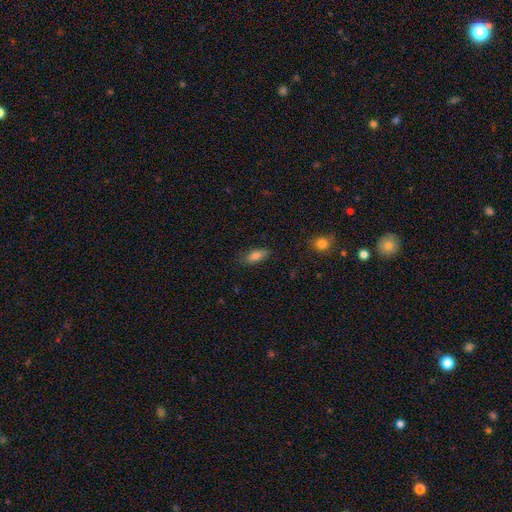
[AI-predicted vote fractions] Q: Smooth or featured?
A: smooth (80%); runner-up: featured or disk (12%)
Q: How rounded?
A: in between (83%); runner-up: cigar-shaped (14%)
Q: Merging?
A: none (81%); runner-up: minor disturbance (14%)